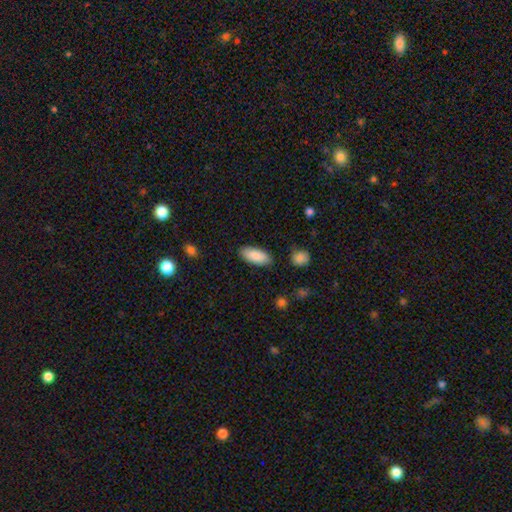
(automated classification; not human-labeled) Smooth or featured?
  - smooth: 88% *
  - star or artifact: 6%
  - featured or disk: 6%
How rounded?
  - in between: 86% *
  - cigar-shaped: 12%
  - round: 2%
Merging?
  - none: 86% *
  - minor disturbance: 10%
  - major disturbance: 2%
  - merger: 2%